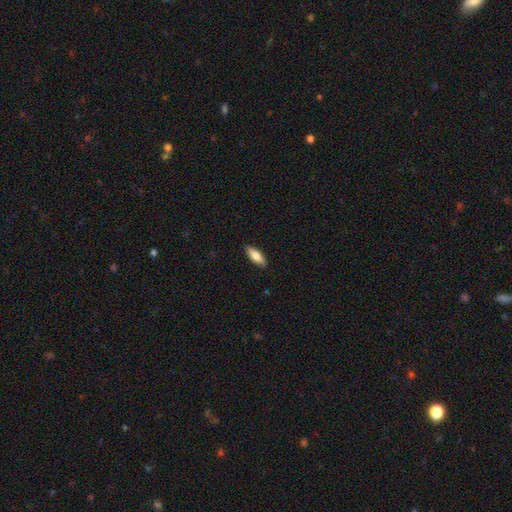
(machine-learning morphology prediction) The model was most divided on "how rounded": in between: 68%, cigar-shaped: 30%, round: 2%. More confident: merging — none (88%); smooth or featured — smooth (78%).